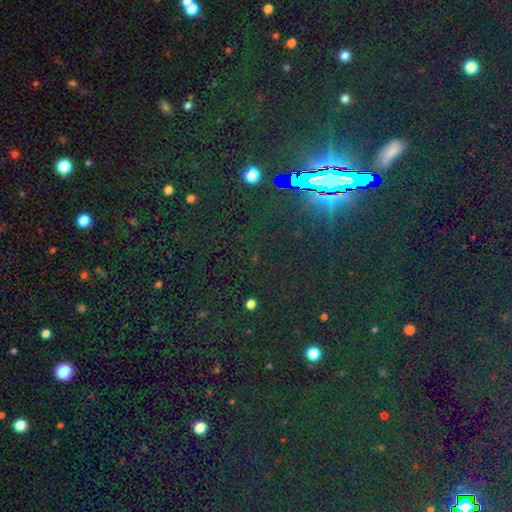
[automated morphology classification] Q: Smooth or featured?
A: star or artifact (78%); runner-up: smooth (11%)